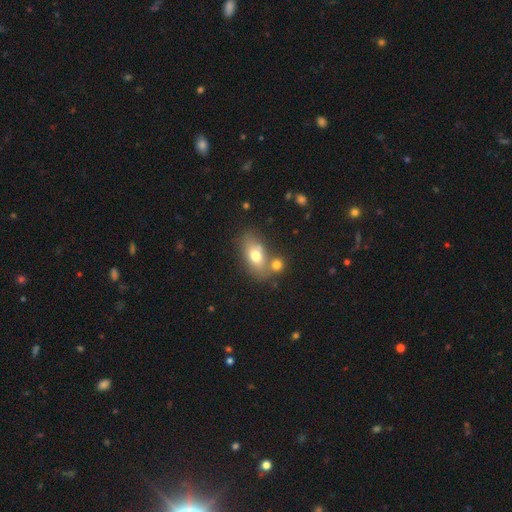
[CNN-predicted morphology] This is likely a smooth galaxy (70%). How rounded: clearly in between (83%). Merging: possibly none (51%).